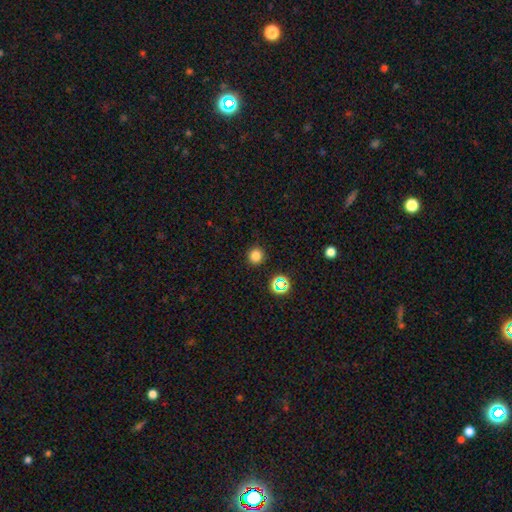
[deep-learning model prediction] Smooth or featured: smooth — 79% (star or artifact — 17%)
How rounded: round — 92% (in between — 7%)
Merging: none — 91% (minor disturbance — 6%)